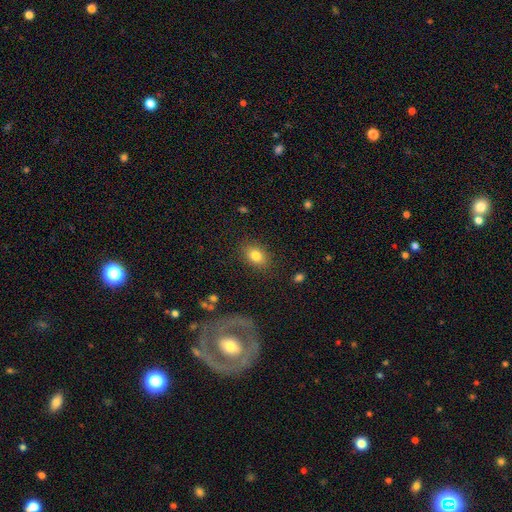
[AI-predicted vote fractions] Smooth or featured?
  - smooth: 82% *
  - star or artifact: 9%
  - featured or disk: 9%
How rounded?
  - in between: 75% *
  - round: 24%
  - cigar-shaped: 1%
Merging?
  - none: 85% *
  - minor disturbance: 10%
  - major disturbance: 3%
  - merger: 1%